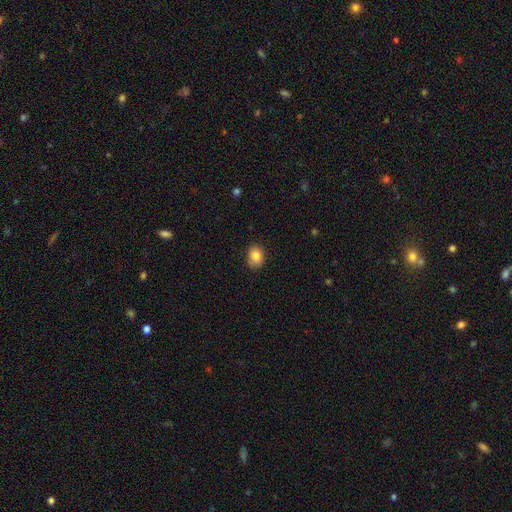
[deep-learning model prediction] Smooth or featured? smooth (83%)
How rounded? in between (56%)
Merging? none (77%)